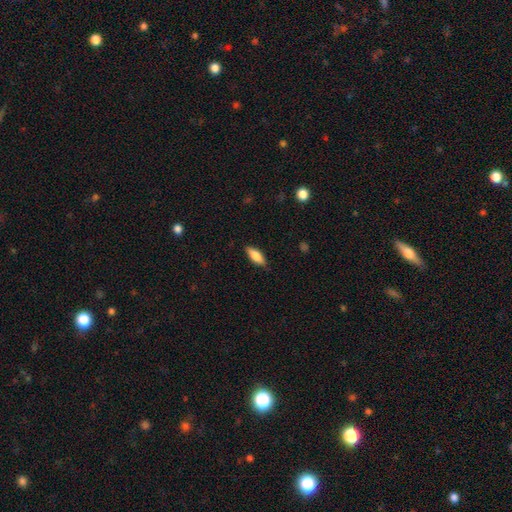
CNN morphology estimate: This is likely a smooth galaxy (78%). How rounded: likely in between (66%). Merging: clearly none (85%).